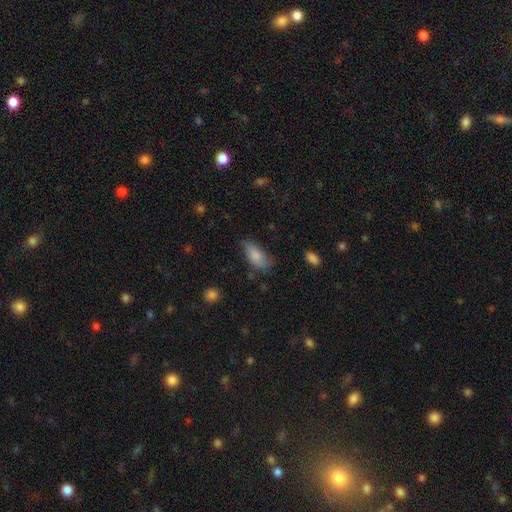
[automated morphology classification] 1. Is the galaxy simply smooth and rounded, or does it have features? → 83% smooth, 10% featured or disk, 7% star or artifact.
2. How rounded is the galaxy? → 87% in between, 11% cigar-shaped, 2% round.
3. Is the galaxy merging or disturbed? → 66% none, 26% minor disturbance, 6% major disturbance, 2% merger.